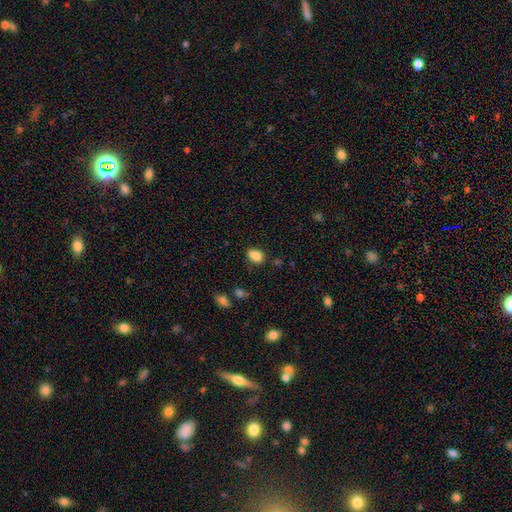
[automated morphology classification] This appears to be a smooth galaxy with no disk features (84%) that is in between round and cigar-shaped (72%). Merging: none (63%).